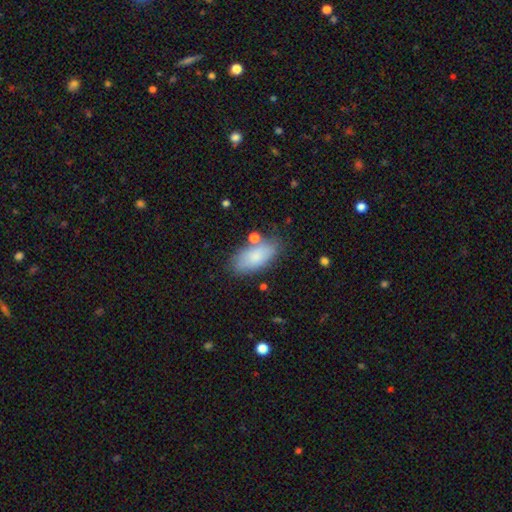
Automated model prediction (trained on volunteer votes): This appears to be a smooth galaxy with no disk features (82%) that is in between round and cigar-shaped (89%). Merging: none (77%).